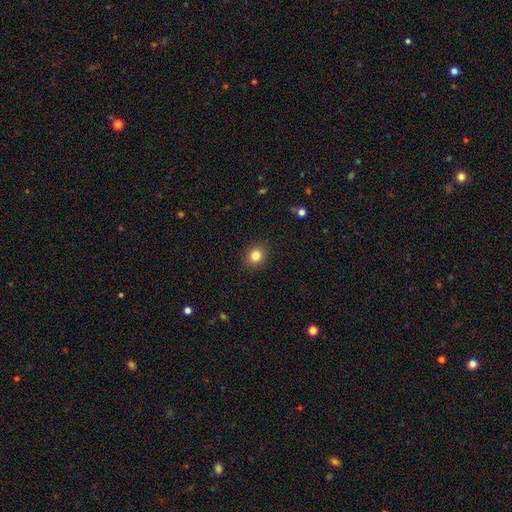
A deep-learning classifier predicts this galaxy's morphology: This is clearly a smooth galaxy (83%). How rounded: likely round (75%). Merging: clearly none (89%).